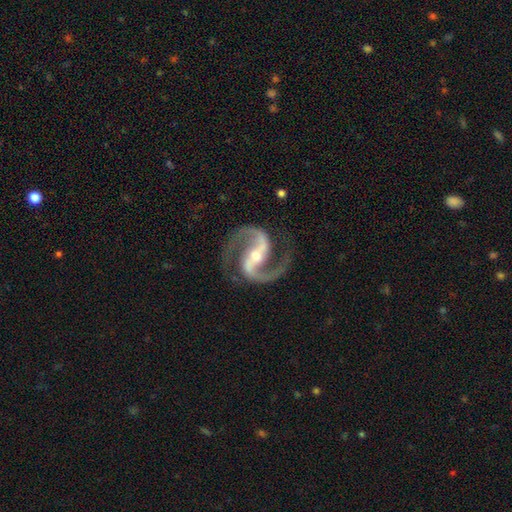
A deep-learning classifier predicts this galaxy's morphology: A featured or disk galaxy (94%) with a strong bar (51%), 2 (95%) medium (70%) spiral arms (99%) and a moderate central bulge (52%).

Vote fractions:
- Smooth or featured? featured or disk: 94% / star or artifact: 4% / smooth: 2%
- Edge-on disk? no: 98% / yes: 2%
- Bar? strong: 51% / weak: 33% / no: 16%
- Spiral arms? yes: 99% / no: 1%
- Spiral winding? medium: 70% / loose: 16% / tight: 14%
- Spiral arm count? 2: 95% / 3: 1% / can't tell: 1% / 1: 1% / 4: 1% / more than 4: 1%
- Bulge size? moderate: 52% / small: 42% / large: 3% / none: 2% / dominant: 1%
- Merging? none: 83% / minor disturbance: 11% / major disturbance: 4% / merger: 1%